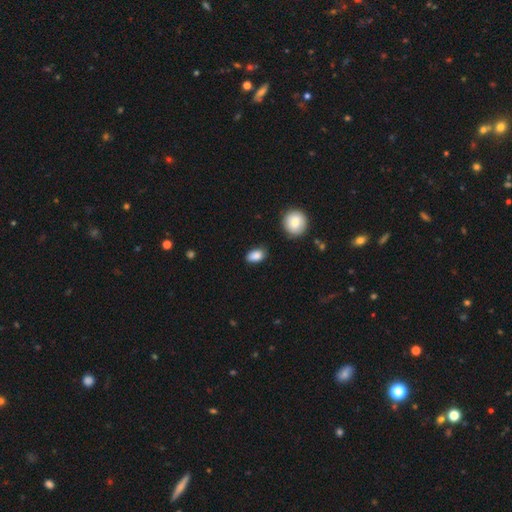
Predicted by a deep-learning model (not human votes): smooth_or_featured: smooth (p=0.88) [alt: star or artifact p=0.08]
how_rounded: in between (p=0.87) [alt: round p=0.11]
merging: none (p=0.84) [alt: minor disturbance p=0.12]